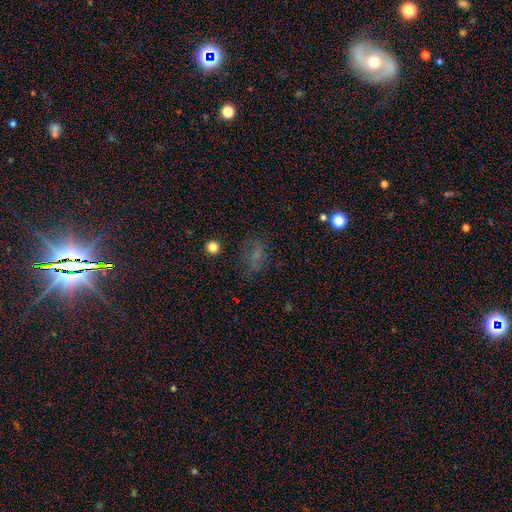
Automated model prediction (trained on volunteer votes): Q: Smooth or featured?
A: smooth (54%); runner-up: star or artifact (26%)
Q: How rounded?
A: in between (74%); runner-up: round (21%)
Q: Merging?
A: none (62%); runner-up: minor disturbance (20%)